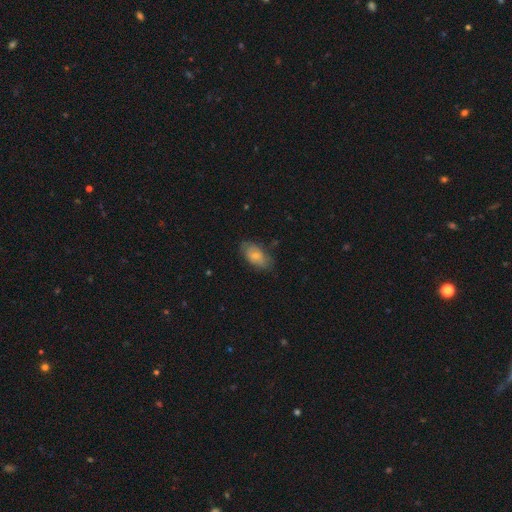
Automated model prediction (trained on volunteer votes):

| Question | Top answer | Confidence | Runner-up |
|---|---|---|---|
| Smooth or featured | smooth | 67% | featured or disk (27%) |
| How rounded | in between | 92% | round (4%) |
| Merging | none | 67% | minor disturbance (25%) |